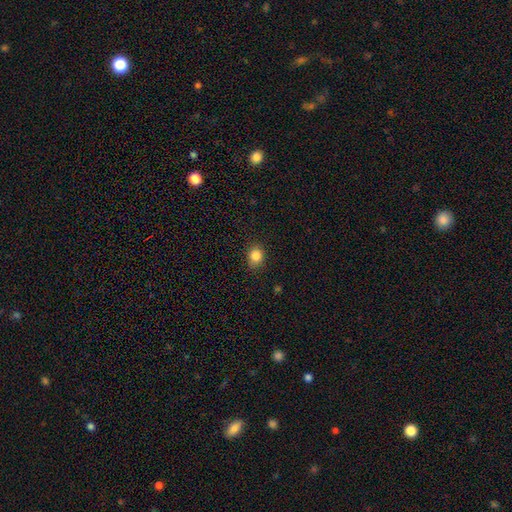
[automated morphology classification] The model was most divided on "how rounded": round: 69%, in between: 30%, cigar-shaped: 1%. More confident: smooth or featured — smooth (85%); merging — none (83%).